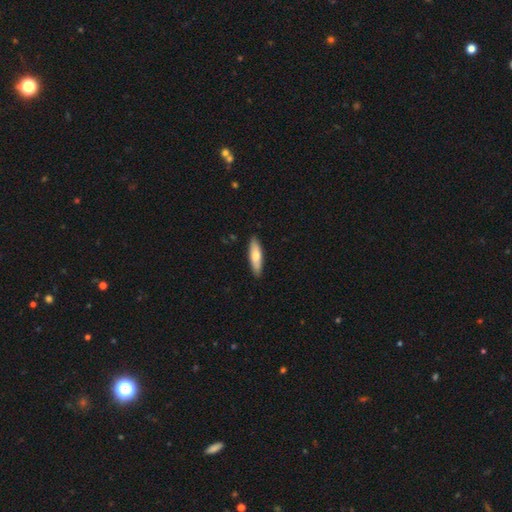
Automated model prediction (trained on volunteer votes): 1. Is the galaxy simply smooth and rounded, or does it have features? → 68% smooth, 26% featured or disk, 5% star or artifact.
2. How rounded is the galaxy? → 62% cigar-shaped, 37% in between, 2% round.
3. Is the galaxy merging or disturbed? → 88% none, 9% minor disturbance, 2% major disturbance, 1% merger.